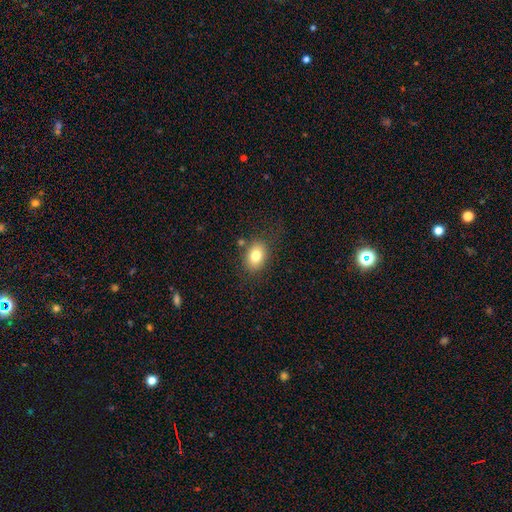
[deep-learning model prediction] Overall: smooth (79%). How rounded: in between (68%; round 31%). Merging: none (76%).